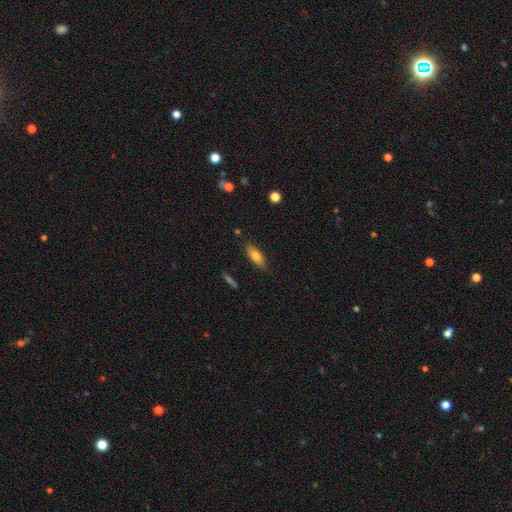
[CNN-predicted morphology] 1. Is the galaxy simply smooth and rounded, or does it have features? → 76% smooth, 16% featured or disk, 7% star or artifact.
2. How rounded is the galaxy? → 73% in between, 24% cigar-shaped, 3% round.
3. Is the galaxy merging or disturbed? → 85% none, 11% minor disturbance, 2% major disturbance, 2% merger.